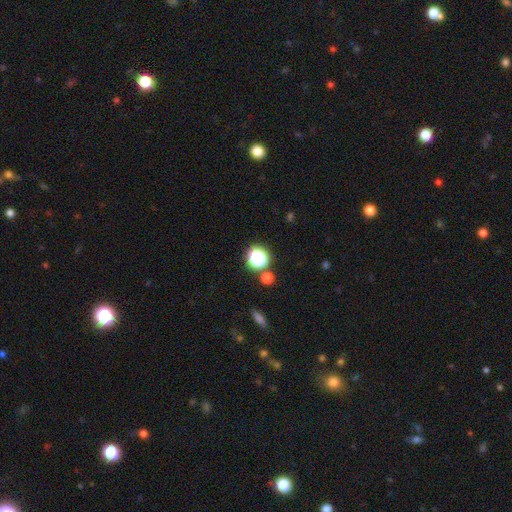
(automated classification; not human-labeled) Morphology: type=smooth (61%); roundness=round (86%); merging=none (72%).